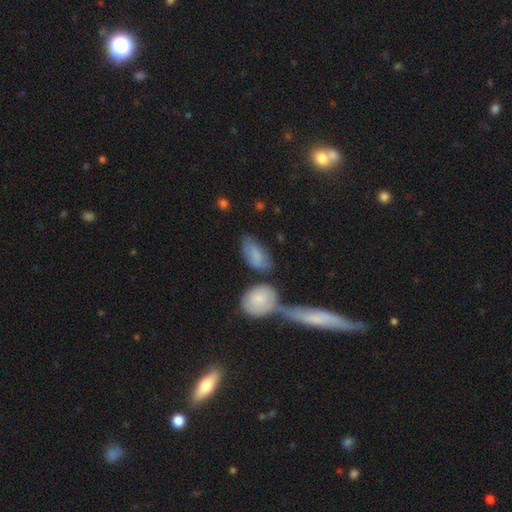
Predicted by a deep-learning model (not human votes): A smooth galaxy with no disk features (69%) that is in between round and cigar-shaped (89%).

Vote fractions:
- Smooth or featured? smooth: 69% / featured or disk: 23% / star or artifact: 8%
- How rounded? in between: 89% / cigar-shaped: 6% / round: 5%
- Merging? none: 47% / minor disturbance: 25% / merger: 16% / major disturbance: 12%